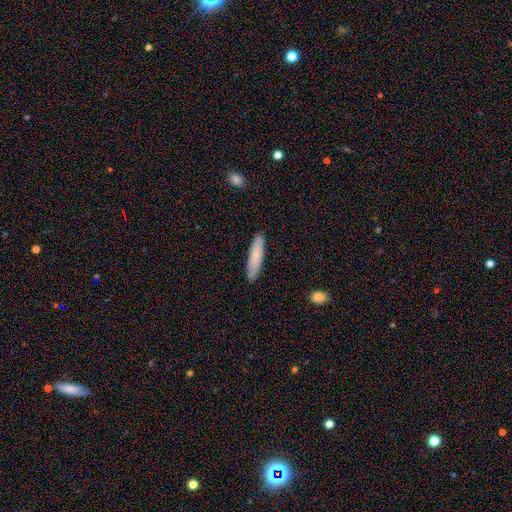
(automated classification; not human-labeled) Morphology: type=smooth (78%); roundness=cigar-shaped (82%); merging=none (88%).